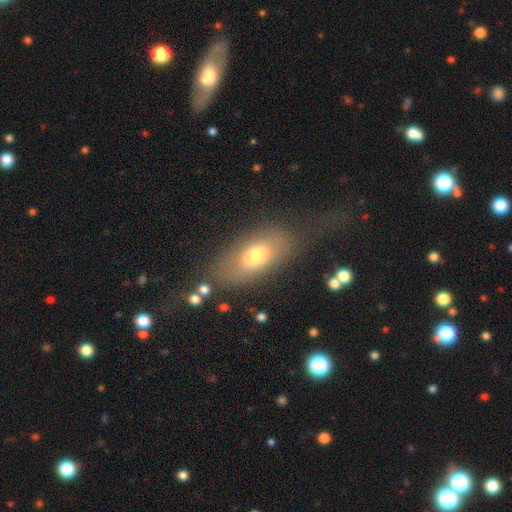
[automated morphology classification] Q: Smooth or featured?
A: smooth (68%); runner-up: featured or disk (22%)
Q: How rounded?
A: in between (85%); runner-up: round (8%)
Q: Merging?
A: none (57%); runner-up: major disturbance (19%)